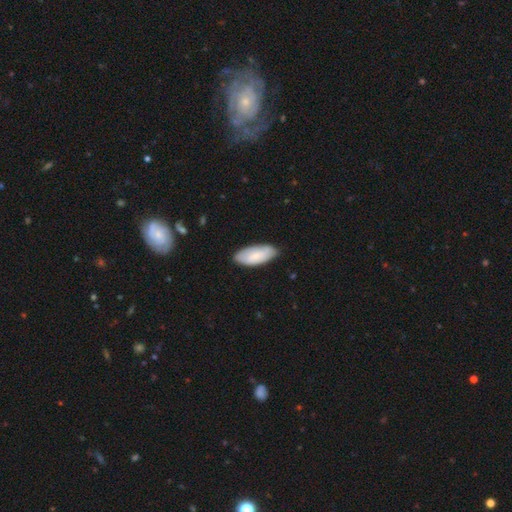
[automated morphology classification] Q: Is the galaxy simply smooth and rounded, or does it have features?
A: smooth — 71%.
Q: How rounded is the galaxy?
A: in between — 87%.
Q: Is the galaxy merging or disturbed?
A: none — 81%.